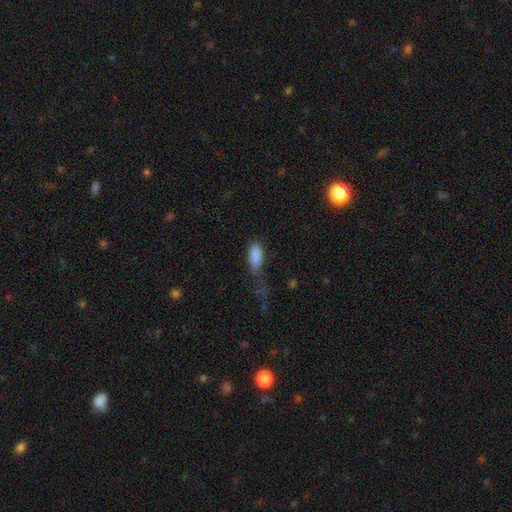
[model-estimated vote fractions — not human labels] This is clearly a smooth galaxy (86%). How rounded: clearly in between (87%). Merging: marginally minor disturbance (32%, tied with none).